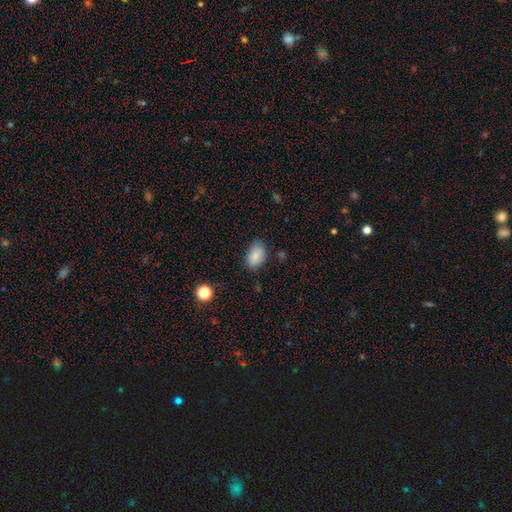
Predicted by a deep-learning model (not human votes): Smooth or featured? Predicted: smooth (p=0.86). How rounded? Predicted: in between (p=0.88). Merging? Predicted: none (p=0.79).